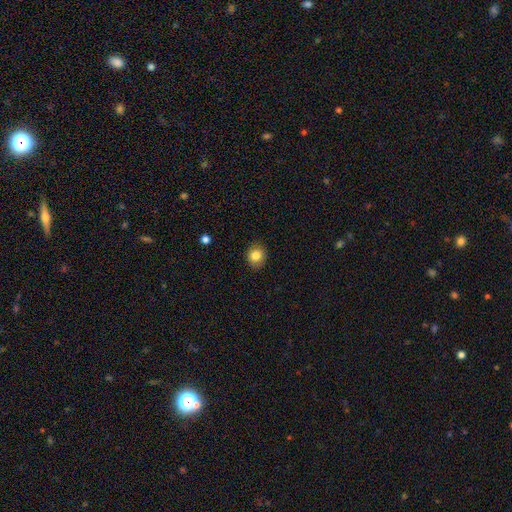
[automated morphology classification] smooth-or-featured: smooth: 83% | star or artifact: 10% | featured or disk: 7%
  how-rounded: round: 76% | in between: 23% | cigar-shaped: 1%
  merging: none: 89% | minor disturbance: 8% | major disturbance: 2% | merger: 1%